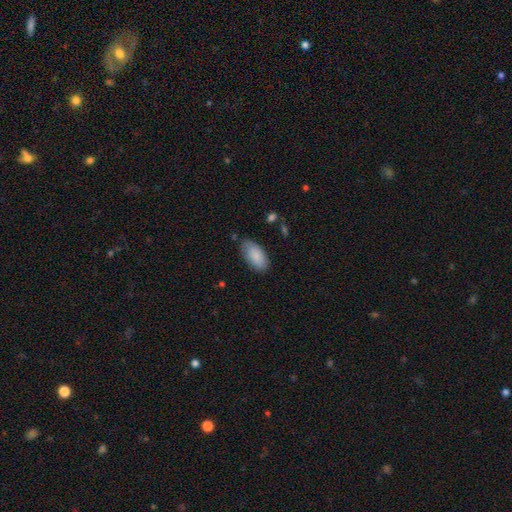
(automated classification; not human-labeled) Smooth or featured: smooth — 85% (featured or disk — 9%)
How rounded: in between — 94% (cigar-shaped — 3%)
Merging: none — 77% (minor disturbance — 17%)